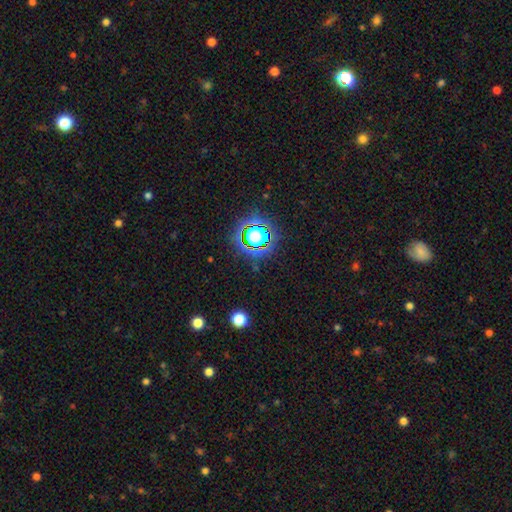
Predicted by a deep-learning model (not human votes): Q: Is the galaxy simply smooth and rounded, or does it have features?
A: star or artifact — 80%.